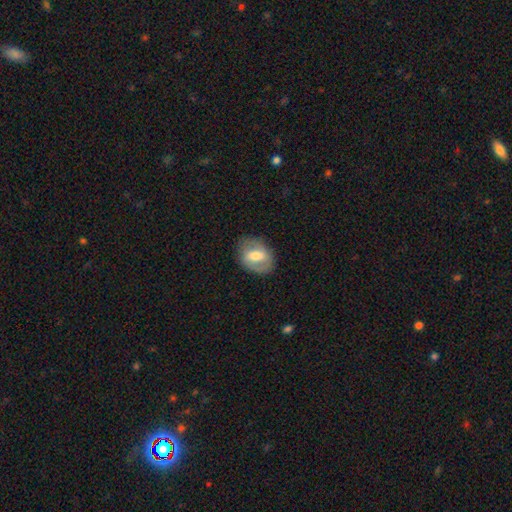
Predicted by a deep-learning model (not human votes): smooth_or_featured: smooth (p=0.51) [alt: featured or disk p=0.42]
how_rounded: in between (p=0.68) [alt: round p=0.30]
merging: none (p=0.79) [alt: minor disturbance p=0.14]